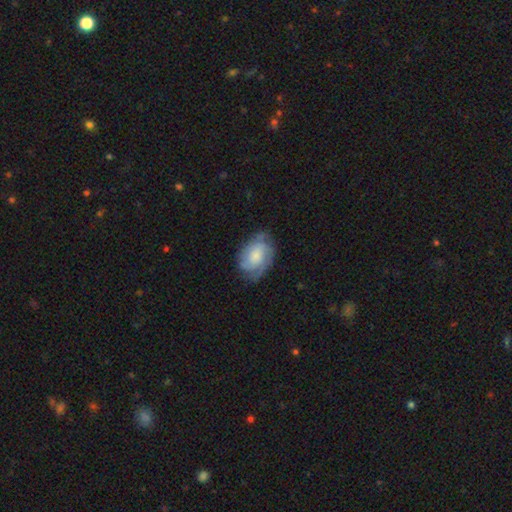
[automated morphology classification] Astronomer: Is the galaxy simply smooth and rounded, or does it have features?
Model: featured or disk — 65%.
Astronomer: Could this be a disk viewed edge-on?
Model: no — 97%.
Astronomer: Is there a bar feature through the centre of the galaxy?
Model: no — 73%.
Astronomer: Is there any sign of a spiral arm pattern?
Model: yes — 90%.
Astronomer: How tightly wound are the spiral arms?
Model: tight — 50% (runner-up: medium, 37%).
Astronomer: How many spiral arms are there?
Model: can't tell — 33% (runner-up: 2, 30%).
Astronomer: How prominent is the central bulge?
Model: moderate — 36% (runner-up: small, 35%).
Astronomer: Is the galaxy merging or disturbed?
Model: none — 65%.